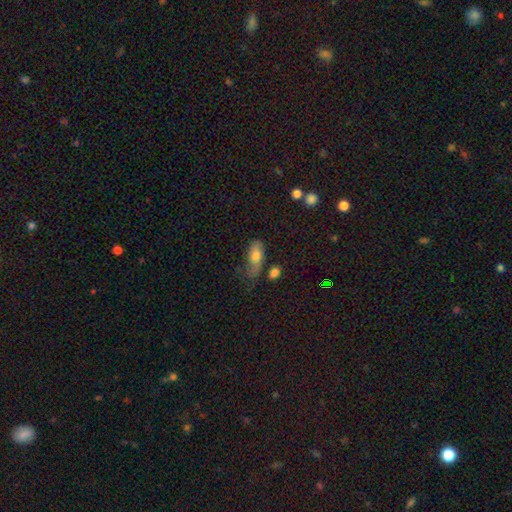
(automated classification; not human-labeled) A smooth galaxy with no disk features (68%) that is in between round and cigar-shaped (84%). Merging: none (44%).